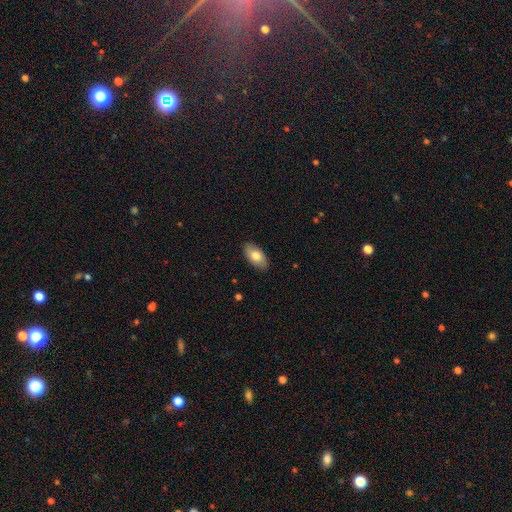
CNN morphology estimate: Smooth or featured? Predicted: smooth (p=0.76). How rounded? Predicted: in between (p=0.93). Merging? Predicted: none (p=0.88).